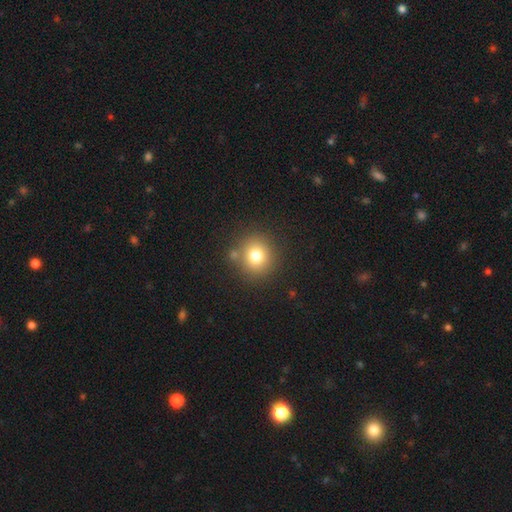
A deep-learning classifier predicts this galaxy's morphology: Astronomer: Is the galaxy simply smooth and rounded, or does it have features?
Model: smooth — 77%.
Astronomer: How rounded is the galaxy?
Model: round — 89%.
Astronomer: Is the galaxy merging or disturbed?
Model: none — 80%.